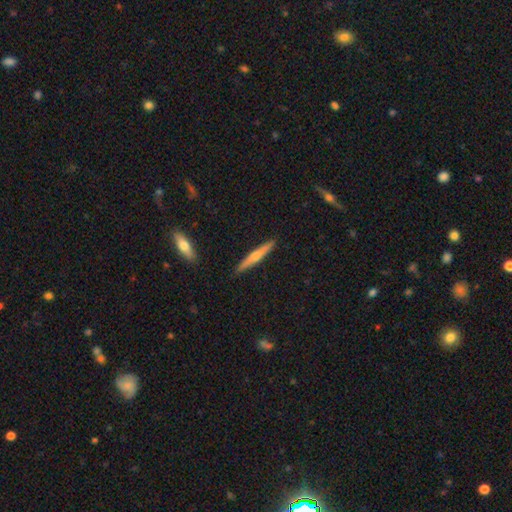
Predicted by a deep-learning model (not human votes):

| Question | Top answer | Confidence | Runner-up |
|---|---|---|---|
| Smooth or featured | smooth | 48% | featured or disk (47%) |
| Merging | none | 90% | minor disturbance (7%) |